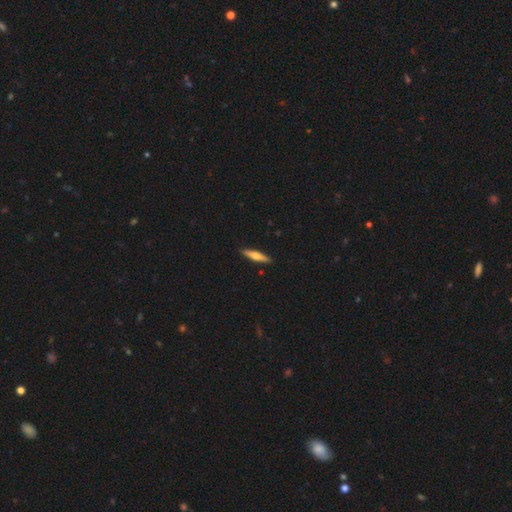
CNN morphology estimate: smooth_or_featured: smooth (p=0.54) [alt: featured or disk p=0.41]
how_rounded: cigar-shaped (p=0.83) [alt: in between p=0.16]
merging: none (p=0.91) [alt: minor disturbance p=0.07]